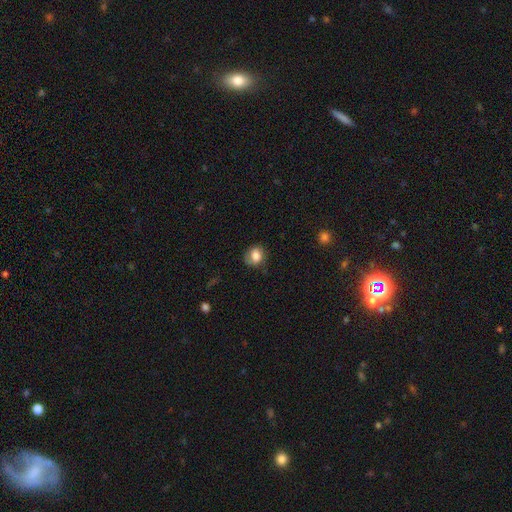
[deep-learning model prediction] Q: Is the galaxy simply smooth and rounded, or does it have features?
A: smooth — 72%.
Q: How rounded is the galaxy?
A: round — 63%.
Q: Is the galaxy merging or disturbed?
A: none — 67%.